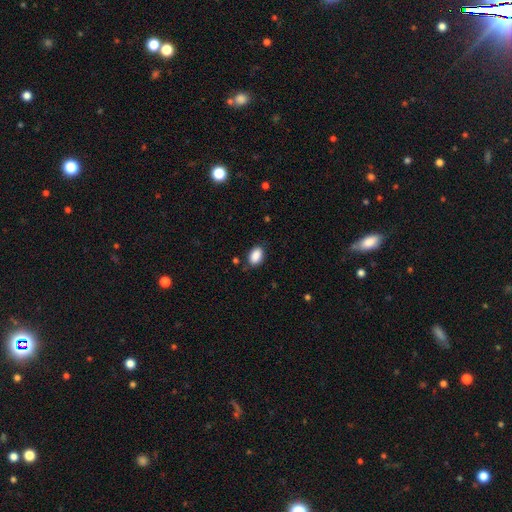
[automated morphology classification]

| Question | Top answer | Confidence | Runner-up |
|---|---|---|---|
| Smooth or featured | smooth | 89% | star or artifact (7%) |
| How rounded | in between | 89% | round (10%) |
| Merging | none | 81% | minor disturbance (14%) |